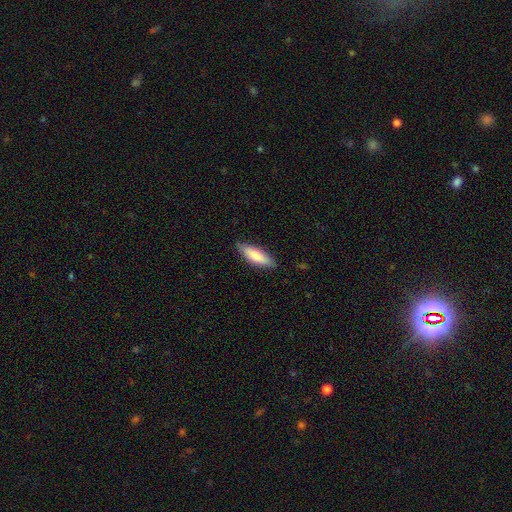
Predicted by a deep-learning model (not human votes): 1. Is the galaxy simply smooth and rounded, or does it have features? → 76% smooth, 18% featured or disk, 5% star or artifact.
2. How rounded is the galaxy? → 51% cigar-shaped, 48% in between, 2% round.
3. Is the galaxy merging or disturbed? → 84% none, 13% minor disturbance, 2% major disturbance, 1% merger.